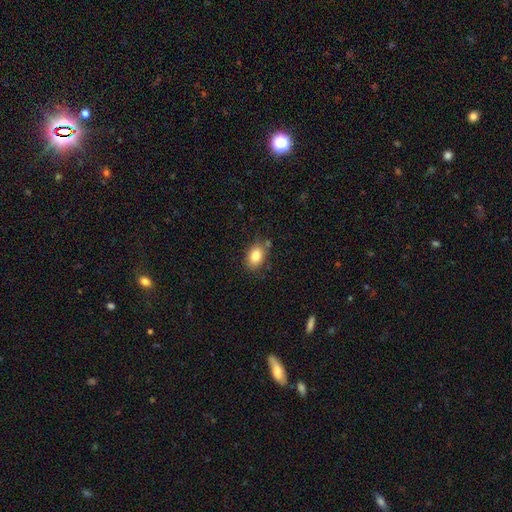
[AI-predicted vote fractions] The model was most divided on "merging": none: 76%, minor disturbance: 15%, merger: 5%, major disturbance: 3%. More confident: smooth or featured — smooth (83%); how rounded — in between (80%).